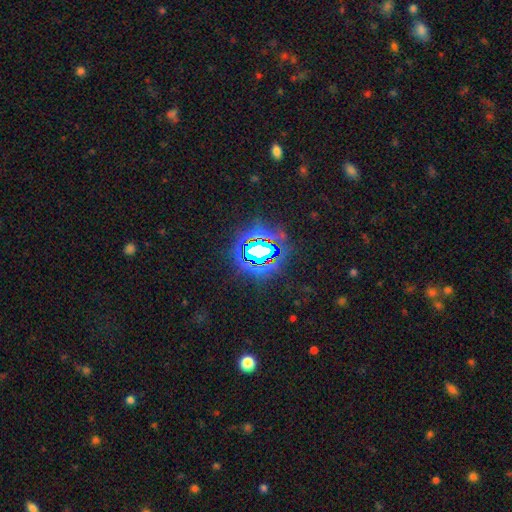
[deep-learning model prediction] A star or artifact, not a galaxy (76%).

Vote fractions:
- Smooth or featured? star or artifact: 76% / smooth: 13% / featured or disk: 11%